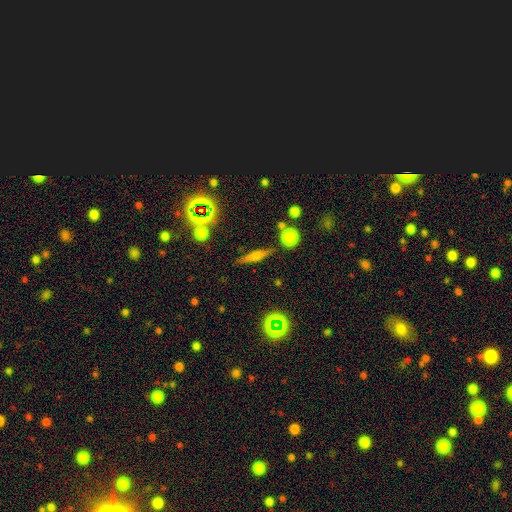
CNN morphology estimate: type=featured or disk (48%); merging=none (83%).